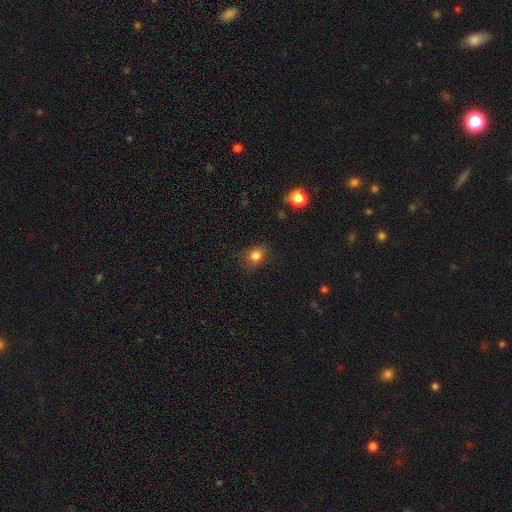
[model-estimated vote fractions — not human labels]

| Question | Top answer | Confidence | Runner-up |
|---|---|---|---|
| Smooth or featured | smooth | 81% | star or artifact (12%) |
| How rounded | round | 53% | in between (46%) |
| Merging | none | 79% | minor disturbance (15%) |